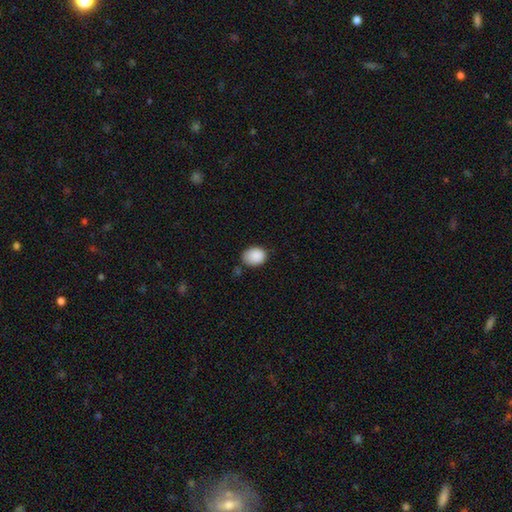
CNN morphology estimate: smooth 89%, star or artifact 8%, featured or disk 4%. Down the decision tree: how rounded — in between (55%); merging — none (68%).